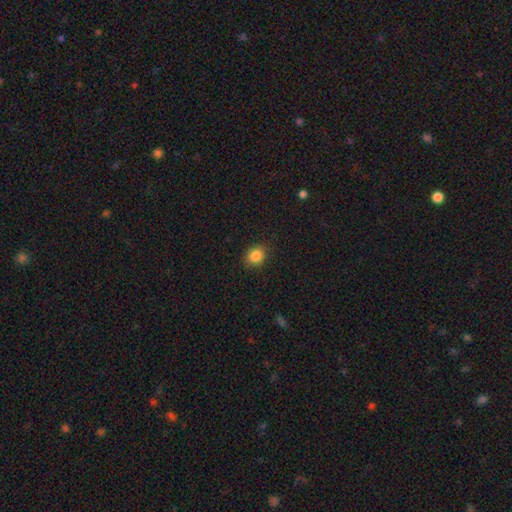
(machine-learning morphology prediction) This is clearly a smooth galaxy (85%). How rounded: likely round (69%). Merging: clearly none (87%).